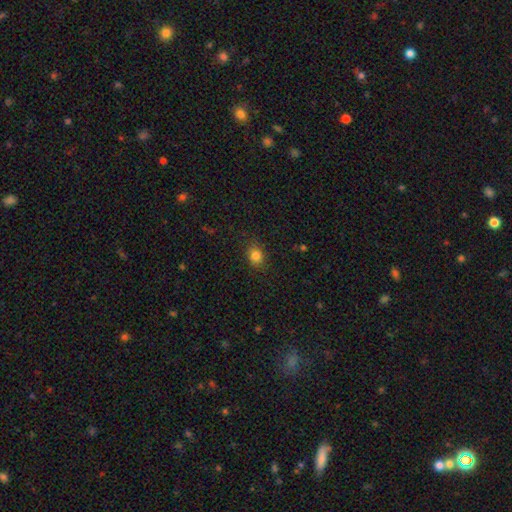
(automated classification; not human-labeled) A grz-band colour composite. It shows a smooth galaxy with no disk features (82%) that is round (54%). Merging: none (84%).